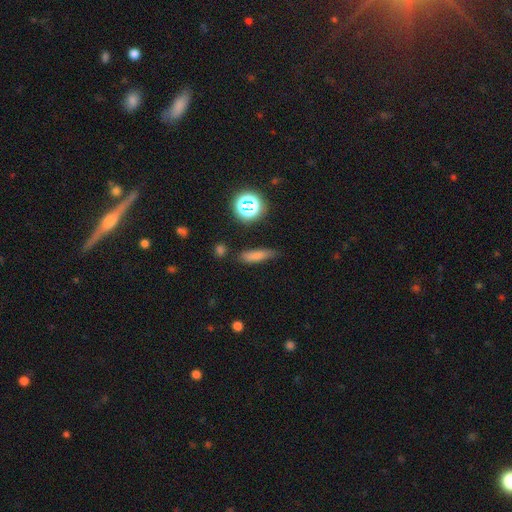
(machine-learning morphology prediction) smooth_or_featured: smooth (p=0.73) [alt: star or artifact p=0.15]
how_rounded: cigar-shaped (p=0.65) [alt: in between p=0.30]
merging: none (p=0.73) [alt: minor disturbance p=0.19]